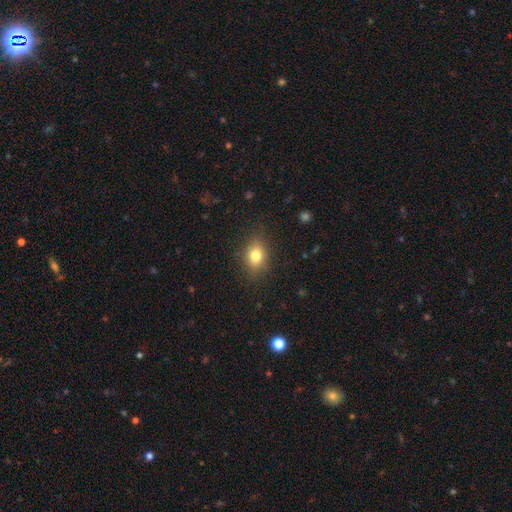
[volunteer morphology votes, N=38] Q: Smooth or featured?
A: smooth (84%); runner-up: featured or disk (8%)
Q: How rounded?
A: in between (59%); runner-up: round (38%)
Q: Merging?
A: none (83%); runner-up: minor disturbance (14%)